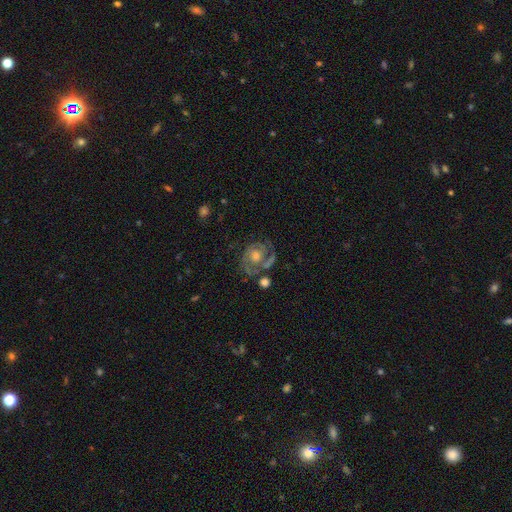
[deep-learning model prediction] This is clearly a featured or disk galaxy (81%). It is clearly not viewed edge-on (98%). Bar: likely no (69%). Spiral arm pattern: clearly yes (91%). Spiral arm count: likely 2 (72%). Spiral winding: possibly tight (51%). Central bulge: possibly moderate (57%). Merging: likely none (66%).